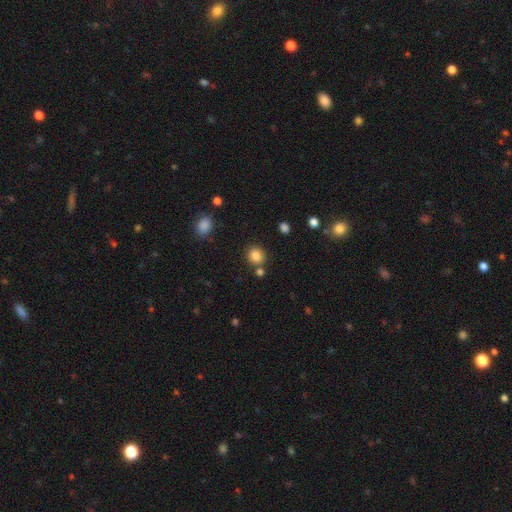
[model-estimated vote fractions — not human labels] Q: Smooth or featured?
A: smooth (85%); runner-up: star or artifact (11%)
Q: How rounded?
A: round (77%); runner-up: in between (22%)
Q: Merging?
A: none (77%); runner-up: merger (10%)